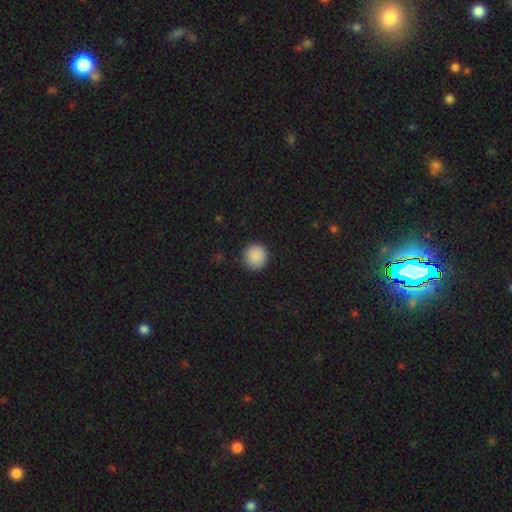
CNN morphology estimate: smooth-or-featured: smooth: 90% | star or artifact: 7% | featured or disk: 3%
  how-rounded: round: 94% | in between: 5% | cigar-shaped: 1%
  merging: none: 92% | minor disturbance: 6% | major disturbance: 2% | merger: 1%